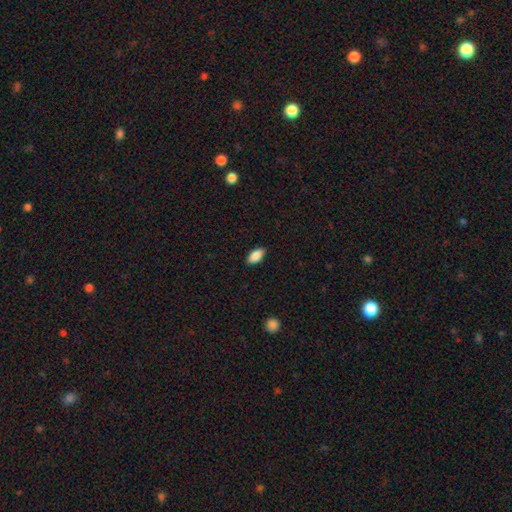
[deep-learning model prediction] This is clearly a smooth galaxy (87%). How rounded: clearly in between (91%). Merging: clearly none (88%).